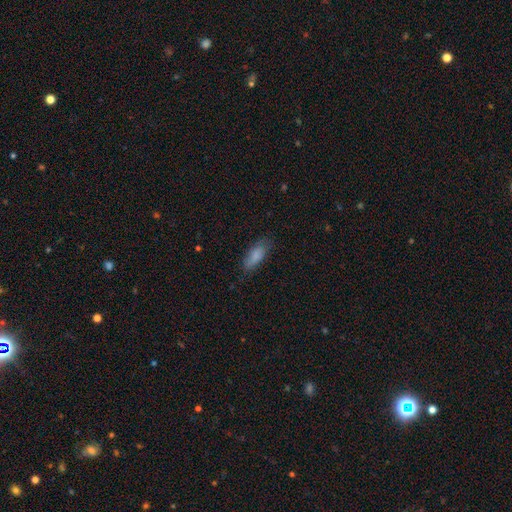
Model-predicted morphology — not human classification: This appears to be a smooth galaxy with no disk features (83%) that is in between round and cigar-shaped (72%). Merging: none (74%).